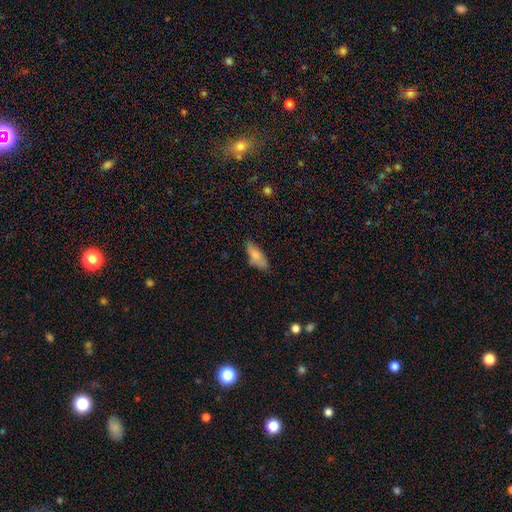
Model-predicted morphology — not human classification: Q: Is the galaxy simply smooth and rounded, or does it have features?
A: smooth — 80%.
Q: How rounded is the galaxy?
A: in between — 79%.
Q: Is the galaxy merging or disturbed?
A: none — 67%.